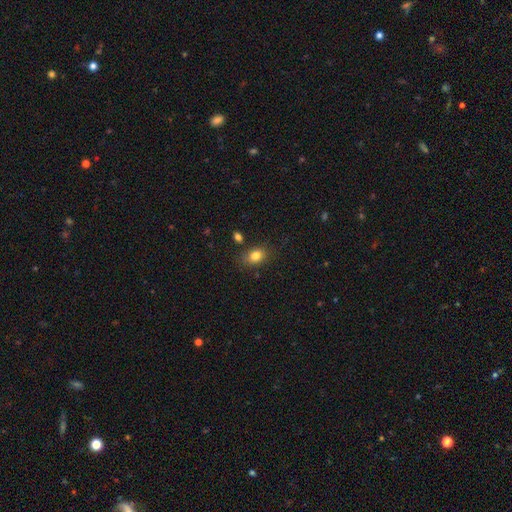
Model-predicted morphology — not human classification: Smooth or featured?
  - smooth: 81% *
  - star or artifact: 10%
  - featured or disk: 9%
How rounded?
  - in between: 69% *
  - round: 29%
  - cigar-shaped: 1%
Merging?
  - none: 77% *
  - minor disturbance: 14%
  - merger: 4%
  - major disturbance: 4%